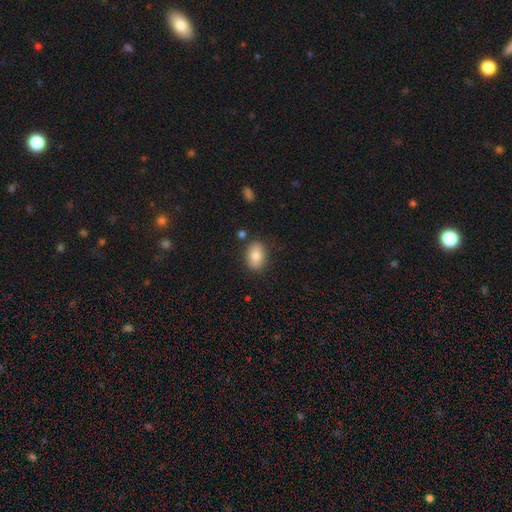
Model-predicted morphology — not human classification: Overall: smooth (81%). How rounded: in between (84%). Merging: none (83%).